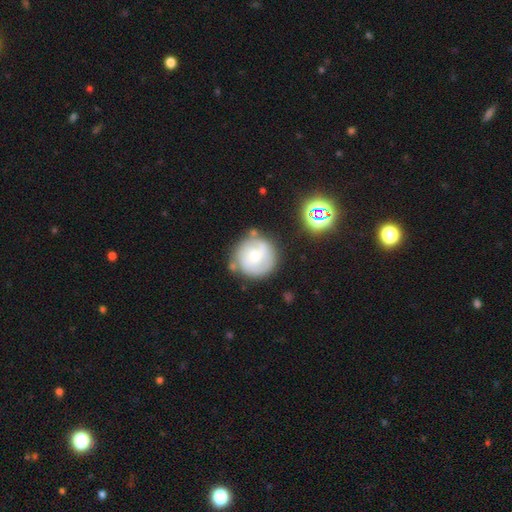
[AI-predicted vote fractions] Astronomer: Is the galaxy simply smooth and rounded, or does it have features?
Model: featured or disk — 56% (runner-up: smooth, 37%).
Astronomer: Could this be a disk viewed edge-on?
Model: no — 97%.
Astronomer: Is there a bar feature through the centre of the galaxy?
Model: no — 57% (runner-up: weak, 36%).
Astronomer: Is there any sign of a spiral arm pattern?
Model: yes — 81%.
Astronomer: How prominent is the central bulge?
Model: moderate — 52% (runner-up: small, 41%).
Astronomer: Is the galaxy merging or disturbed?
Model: none — 71%.